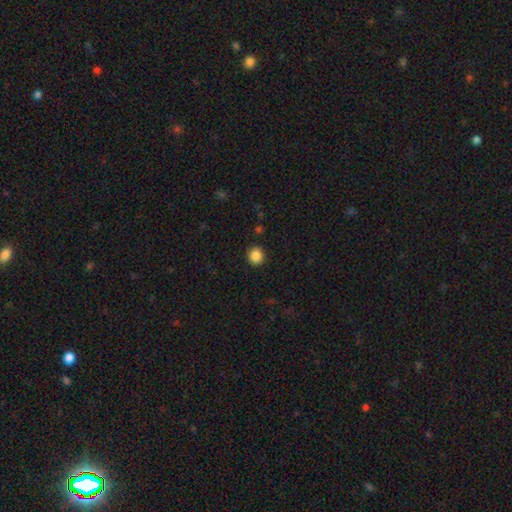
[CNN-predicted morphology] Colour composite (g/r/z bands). It shows a smooth galaxy with no disk features (87%) that is round (86%). Merging: none (91%).